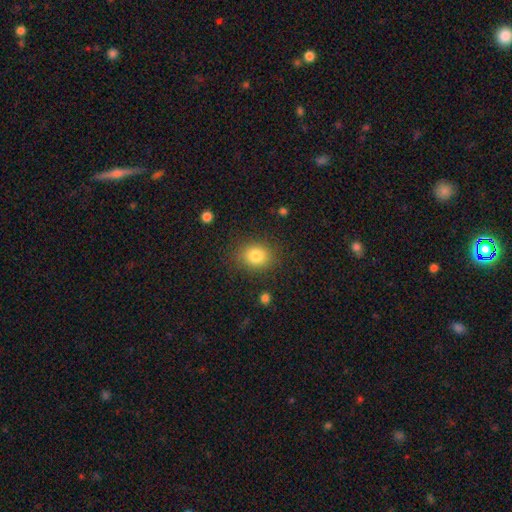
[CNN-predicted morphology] smooth 82%, star or artifact 10%, featured or disk 7%. Down the decision tree: how rounded — round (58%); merging — none (84%).